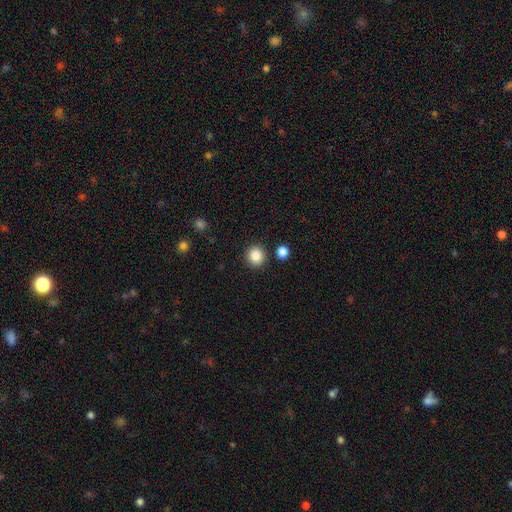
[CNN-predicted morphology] This is clearly a smooth galaxy (86%). How rounded: clearly round (90%). Merging: clearly none (89%).